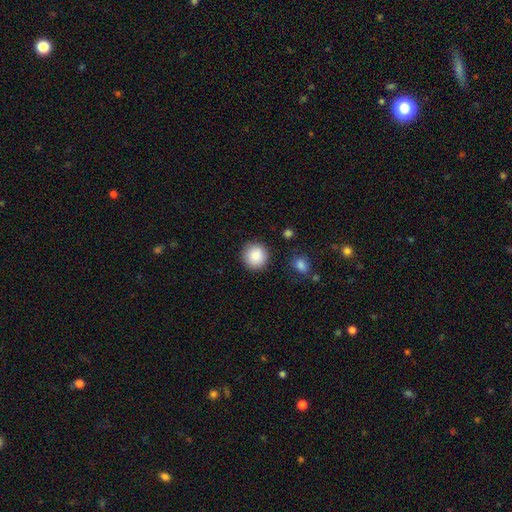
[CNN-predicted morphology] smooth_or_featured: smooth (p=0.88) [alt: star or artifact p=0.08]
how_rounded: round (p=0.94) [alt: in between p=0.05]
merging: none (p=0.88) [alt: minor disturbance p=0.07]